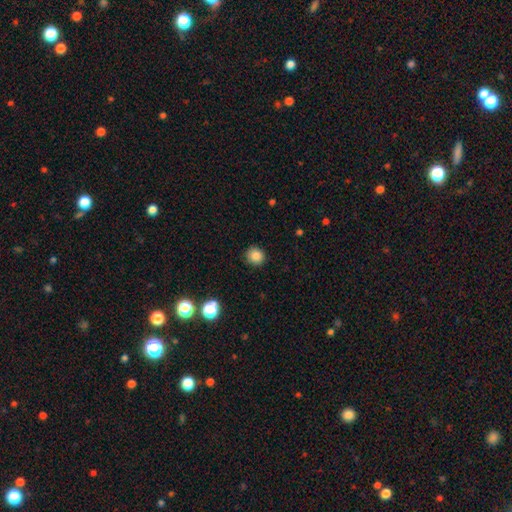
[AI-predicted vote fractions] Smooth or featured? smooth (85%)
How rounded? round (87%)
Merging? none (89%)